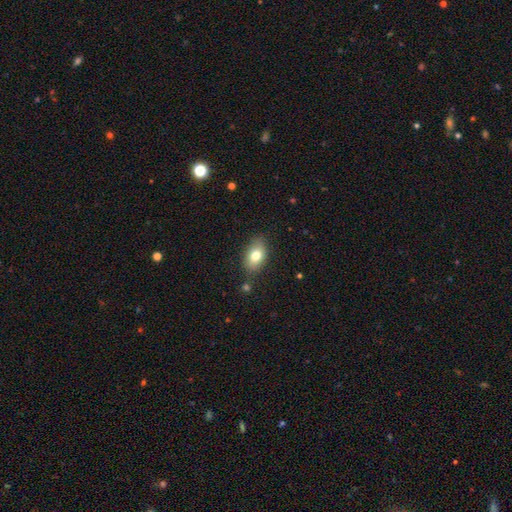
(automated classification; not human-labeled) smooth_or_featured: smooth (p=0.77) [alt: featured or disk p=0.14]
how_rounded: in between (p=0.85) [alt: round p=0.13]
merging: none (p=0.80) [alt: minor disturbance p=0.14]